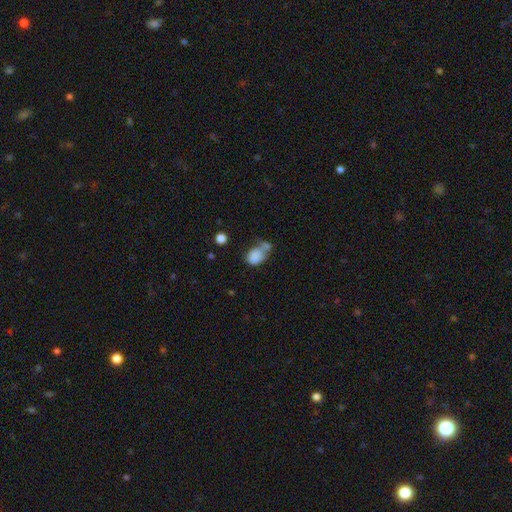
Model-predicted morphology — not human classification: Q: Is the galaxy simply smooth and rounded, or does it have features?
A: smooth — 80%.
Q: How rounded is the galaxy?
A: in between — 67%.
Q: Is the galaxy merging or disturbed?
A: merger — 37%.